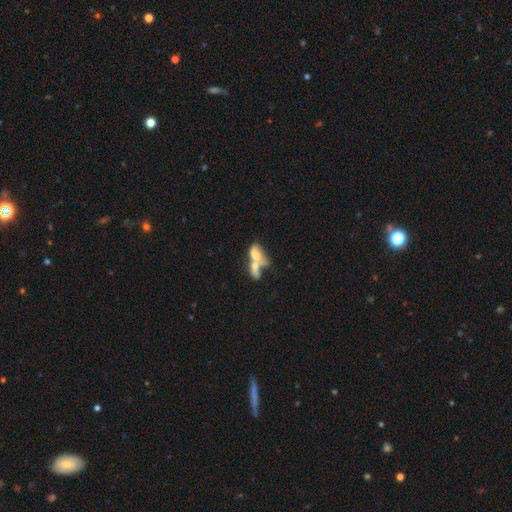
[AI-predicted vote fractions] A smooth galaxy with no disk features (58%) that is in between round and cigar-shaped (78%).

Vote fractions:
- Smooth or featured? smooth: 58% / featured or disk: 33% / star or artifact: 9%
- How rounded? in between: 78% / cigar-shaped: 14% / round: 9%
- Merging? merger: 72% / none: 12% / major disturbance: 9% / minor disturbance: 7%